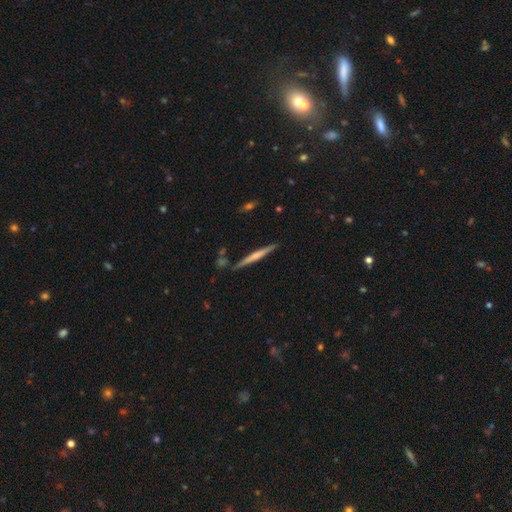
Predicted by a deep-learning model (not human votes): A featured or disk galaxy (56%) viewed edge-on (98%) with no central bulge (44%). Merging: none (86%).